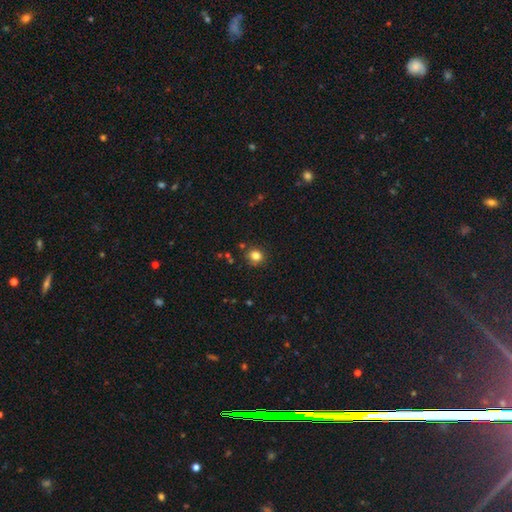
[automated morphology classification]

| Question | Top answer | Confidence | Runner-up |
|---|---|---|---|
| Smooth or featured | smooth | 82% | star or artifact (13%) |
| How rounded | round | 82% | in between (17%) |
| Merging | none | 86% | minor disturbance (9%) |